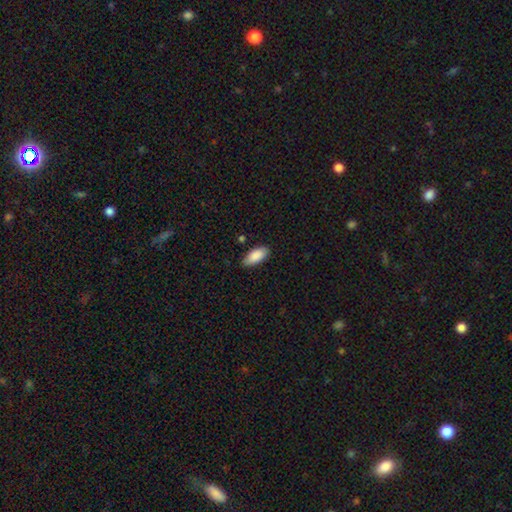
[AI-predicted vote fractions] Overall: smooth (88%). How rounded: in between (90%). Merging: none (81%).